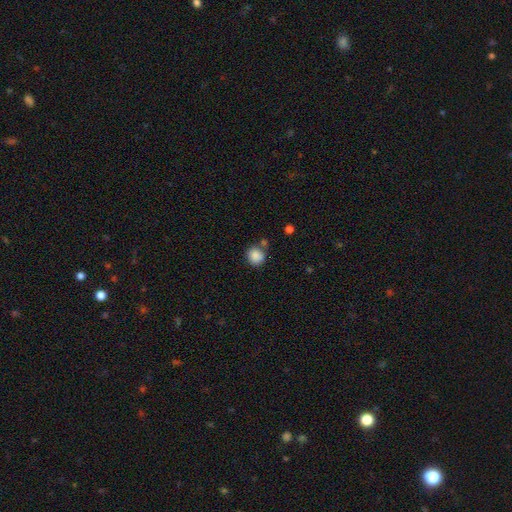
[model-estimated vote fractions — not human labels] A smooth galaxy with no disk features (87%) that is round (87%). Merging: none (70%).